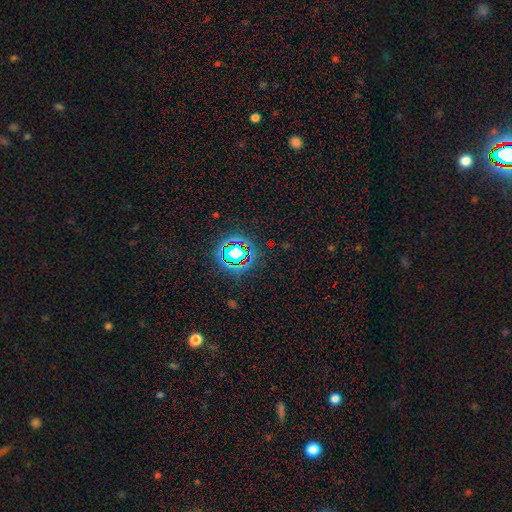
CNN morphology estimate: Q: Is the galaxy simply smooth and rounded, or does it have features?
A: star or artifact — 74%.